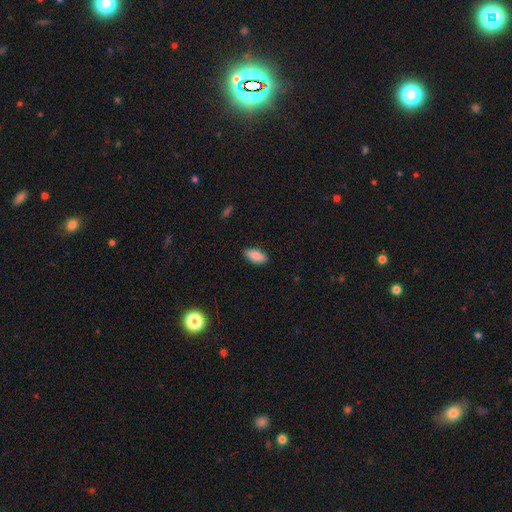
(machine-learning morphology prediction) This appears to be a smooth galaxy with no disk features (89%) that is in between round and cigar-shaped (89%). Merging: none (88%).